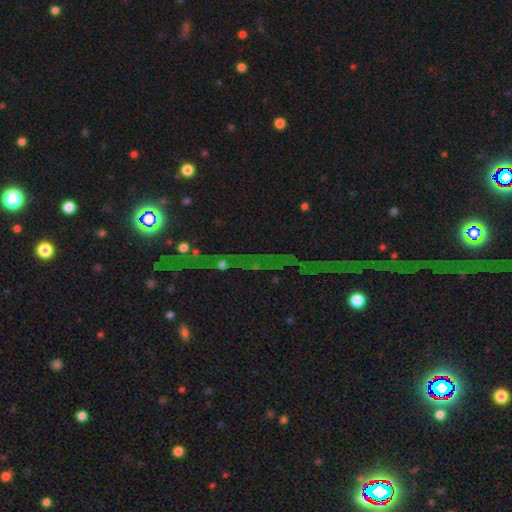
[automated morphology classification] Overall: star or artifact (78%).